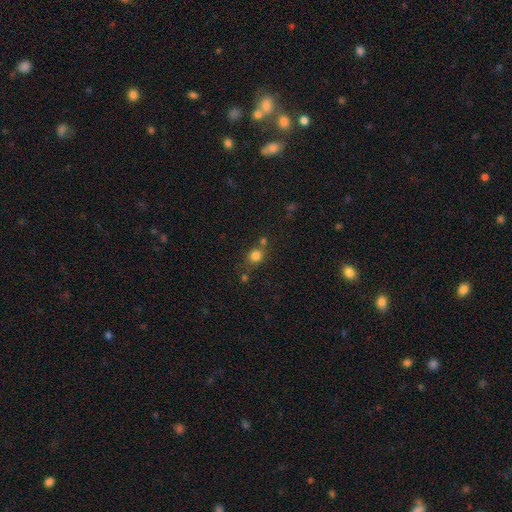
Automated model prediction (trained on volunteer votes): Smooth or featured? Predicted: smooth (p=0.80). How rounded? Predicted: round (p=0.80). Merging? Predicted: none (p=0.63).